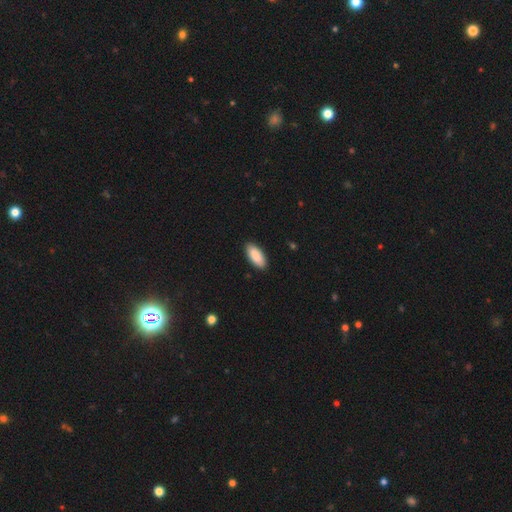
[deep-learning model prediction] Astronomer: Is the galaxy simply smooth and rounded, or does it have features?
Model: smooth — 90%.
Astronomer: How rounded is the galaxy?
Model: in between — 88%.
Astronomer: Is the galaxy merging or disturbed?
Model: none — 90%.